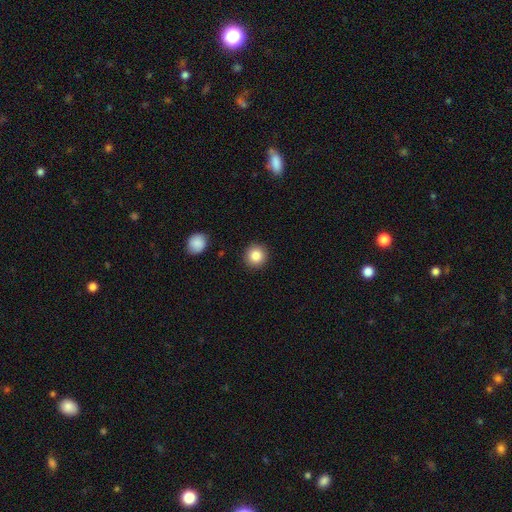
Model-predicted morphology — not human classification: Smooth or featured?
  - smooth: 86% *
  - star or artifact: 9%
  - featured or disk: 5%
How rounded?
  - round: 93% *
  - in between: 6%
  - cigar-shaped: 1%
Merging?
  - none: 91% *
  - minor disturbance: 6%
  - major disturbance: 2%
  - merger: 1%